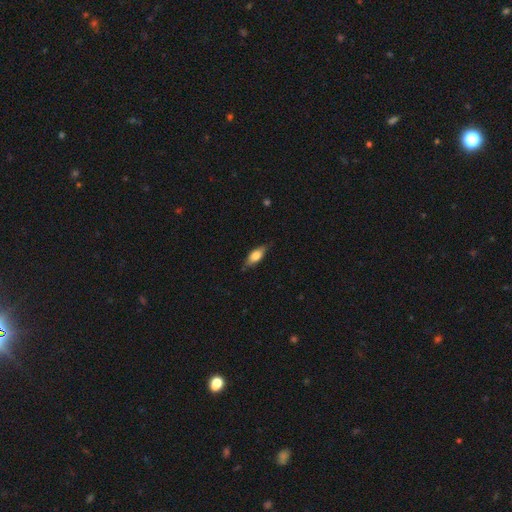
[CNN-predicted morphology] Smooth or featured? Predicted: smooth (p=0.69). How rounded? Predicted: in between (p=0.76). Merging? Predicted: none (p=0.77).